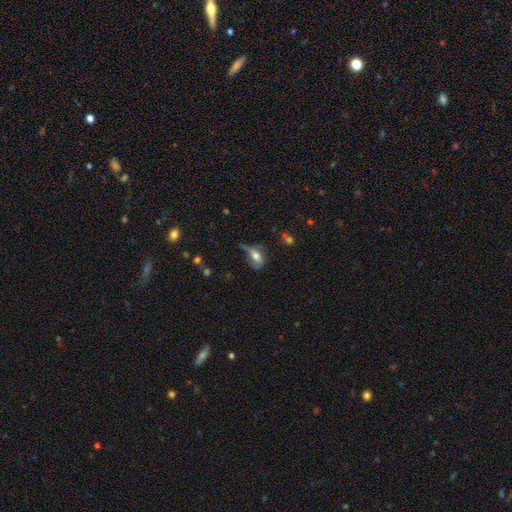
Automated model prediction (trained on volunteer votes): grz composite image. It shows a smooth galaxy with no disk features (61%) that is in between round and cigar-shaped (78%). Merging: none (32%, tied with minor disturbance).